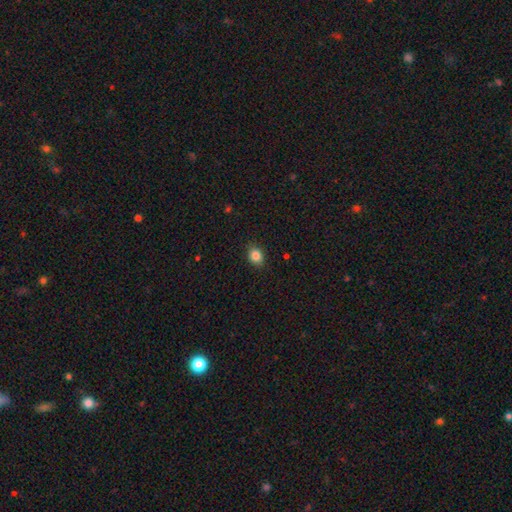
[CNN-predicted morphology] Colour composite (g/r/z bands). It shows a smooth galaxy with no disk features (85%) that is in between round and cigar-shaped (53%). Merging: none (88%).